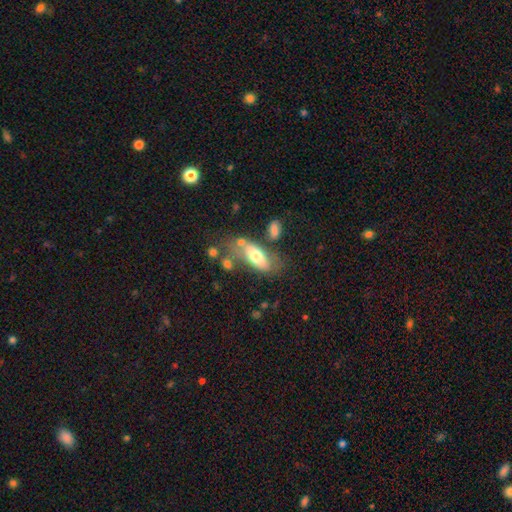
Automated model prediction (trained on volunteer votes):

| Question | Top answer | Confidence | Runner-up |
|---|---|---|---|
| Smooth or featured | smooth | 64% | featured or disk (28%) |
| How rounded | in between | 79% | cigar-shaped (18%) |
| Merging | none | 51% | minor disturbance (21%) |